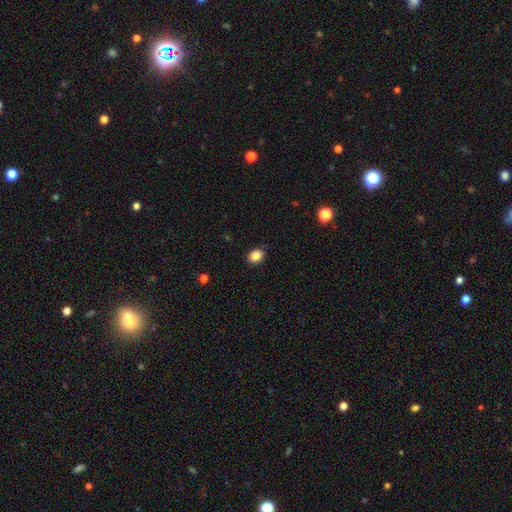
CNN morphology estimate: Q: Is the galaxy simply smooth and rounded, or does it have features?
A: smooth — 85%.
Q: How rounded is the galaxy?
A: in between — 60%.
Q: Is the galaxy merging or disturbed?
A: none — 87%.